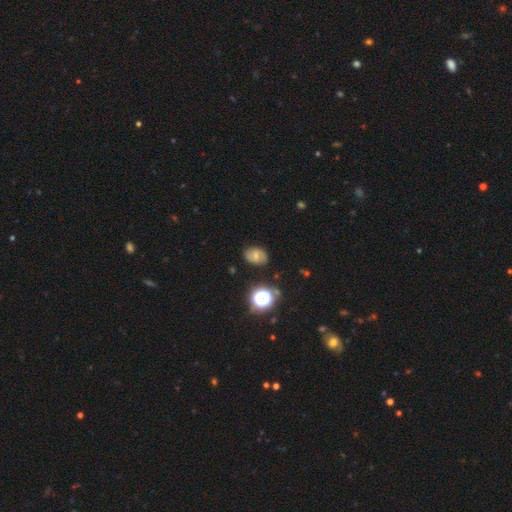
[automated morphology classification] Overall: smooth (57%; featured or disk 26%). How rounded: in between (65%; round 34%). Merging: none (81%).